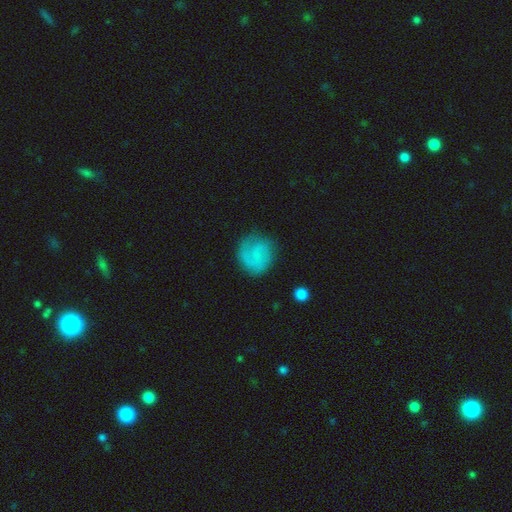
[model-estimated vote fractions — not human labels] A smooth galaxy with no disk features (47%).

Vote fractions:
- Smooth or featured? smooth: 47% / featured or disk: 45% / star or artifact: 8%
- Merging? none: 72% / minor disturbance: 18% / major disturbance: 8% / merger: 2%